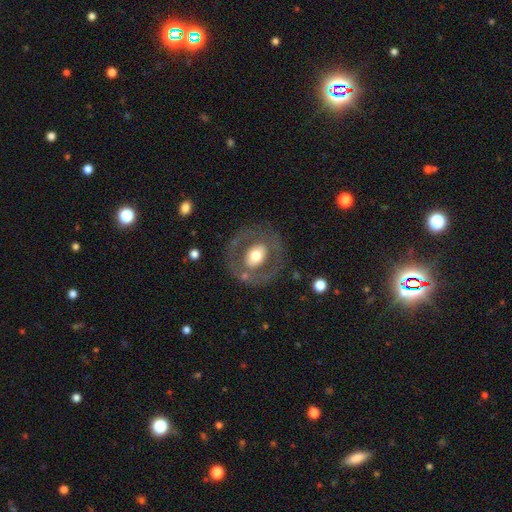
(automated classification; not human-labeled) Overall: featured or disk (54%; smooth 40%). Edge-on disk: no (94%). Bar: no (71%). Spiral arms: no (85%). Bulge size: moderate (59%; large 30%). Merging: none (77%).